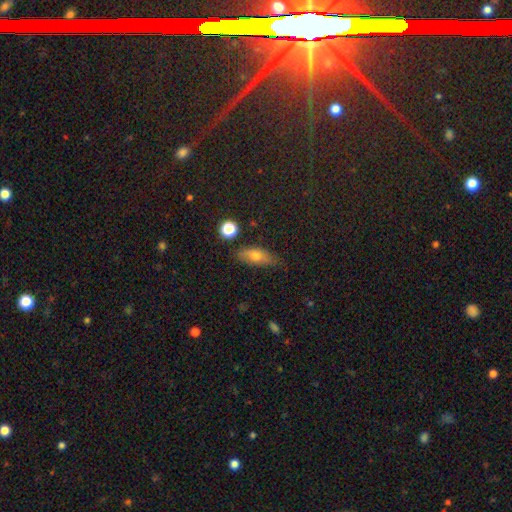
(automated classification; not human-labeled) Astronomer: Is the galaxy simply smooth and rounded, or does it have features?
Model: smooth — 66%.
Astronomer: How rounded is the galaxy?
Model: in between — 70%.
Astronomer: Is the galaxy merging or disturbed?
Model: none — 67%.